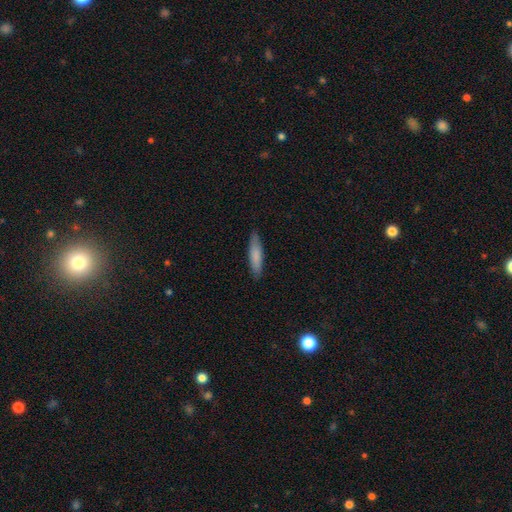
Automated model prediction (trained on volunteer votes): Smooth or featured: smooth — 82% (featured or disk — 13%)
How rounded: cigar-shaped — 76% (in between — 22%)
Merging: none — 87% (minor disturbance — 10%)